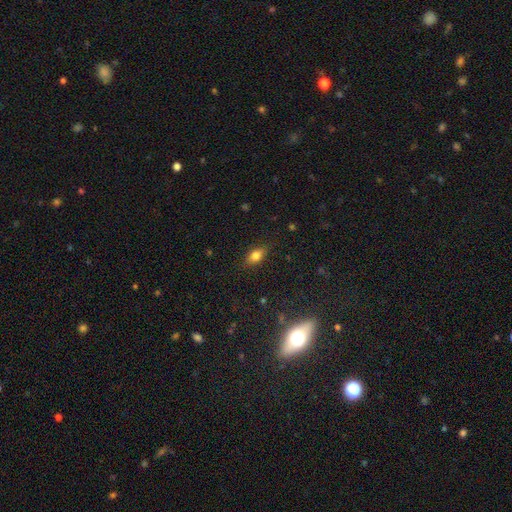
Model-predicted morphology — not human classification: Overall: smooth (75%). How rounded: in between (80%). Merging: none (84%).